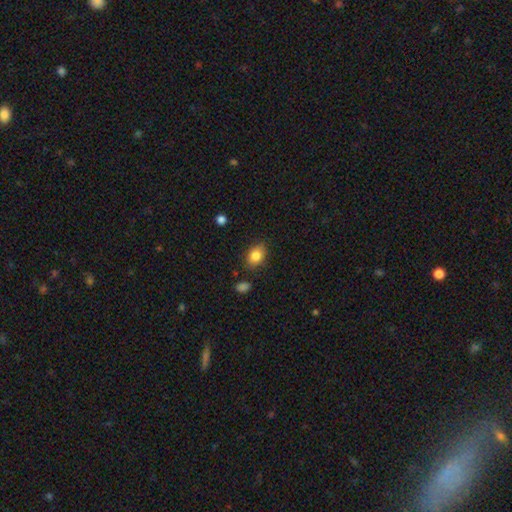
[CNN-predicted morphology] Smooth or featured?
  - smooth: 83% *
  - featured or disk: 9%
  - star or artifact: 9%
How rounded?
  - in between: 75% *
  - round: 24%
  - cigar-shaped: 1%
Merging?
  - none: 81% *
  - minor disturbance: 14%
  - major disturbance: 3%
  - merger: 2%